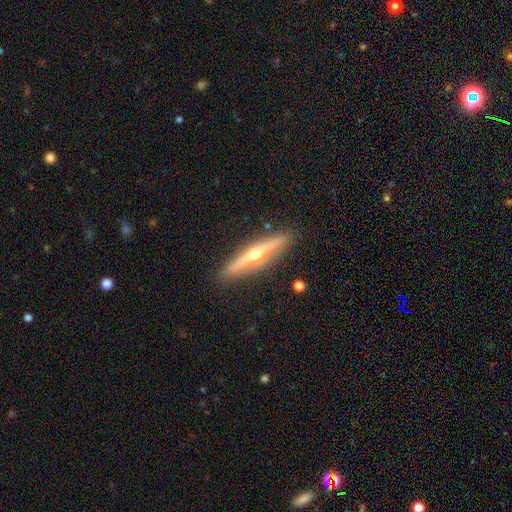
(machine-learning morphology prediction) The model was most divided on "smooth or featured": featured or disk: 73%, smooth: 21%, star or artifact: 6%. More confident: edge-on disk — yes (95%); edge-on bulge — rounded (94%); merging — none (91%).